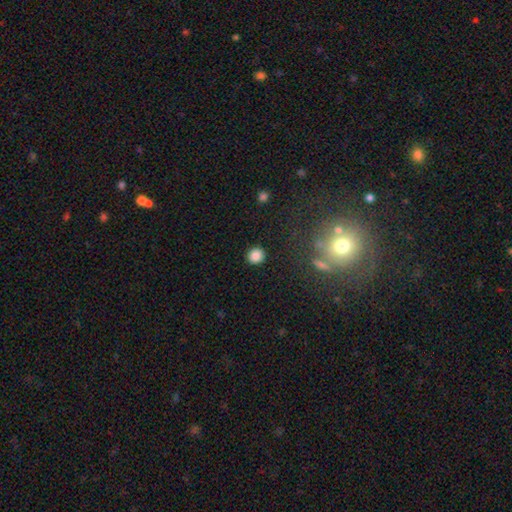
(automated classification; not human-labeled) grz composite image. It shows a smooth galaxy with no disk features (85%) that is round (87%). Merging: none (90%).